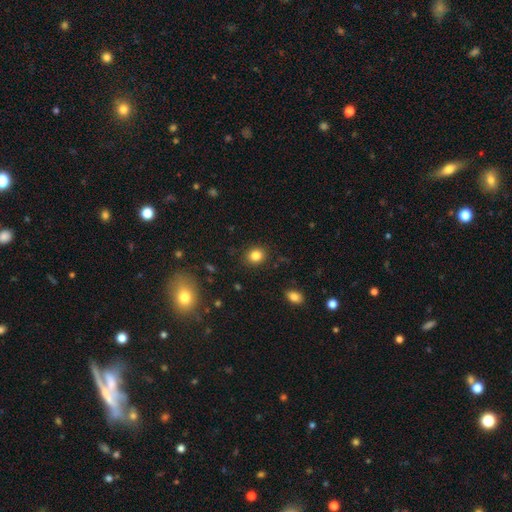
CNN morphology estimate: The model was most divided on "how rounded": round: 72%, in between: 27%, cigar-shaped: 1%. More confident: merging — none (89%); smooth or featured — smooth (84%).